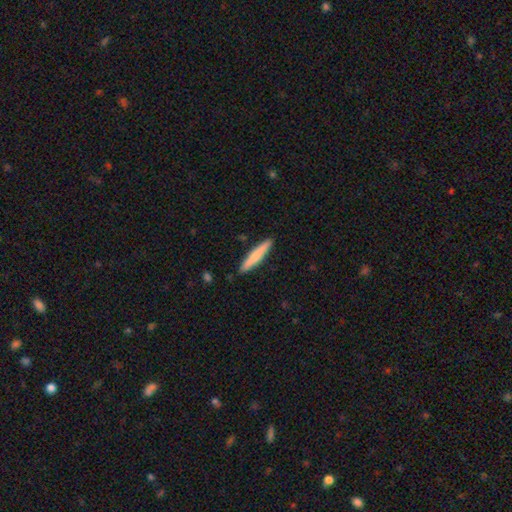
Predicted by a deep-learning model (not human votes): Q: Smooth or featured?
A: smooth (70%); runner-up: featured or disk (25%)
Q: How rounded?
A: cigar-shaped (93%); runner-up: in between (5%)
Q: Merging?
A: none (90%); runner-up: minor disturbance (8%)